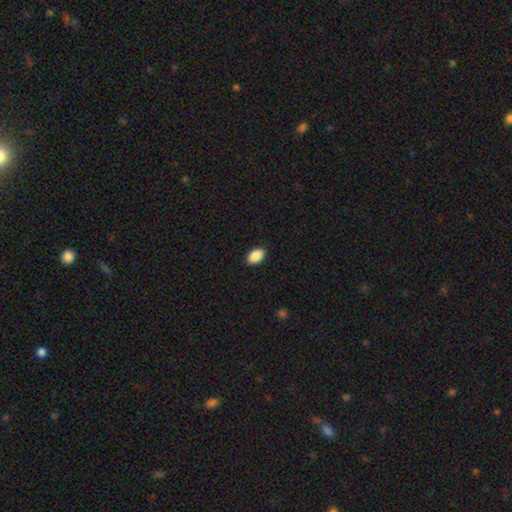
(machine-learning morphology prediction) type=smooth (90%); roundness=in between (91%); merging=none (89%).